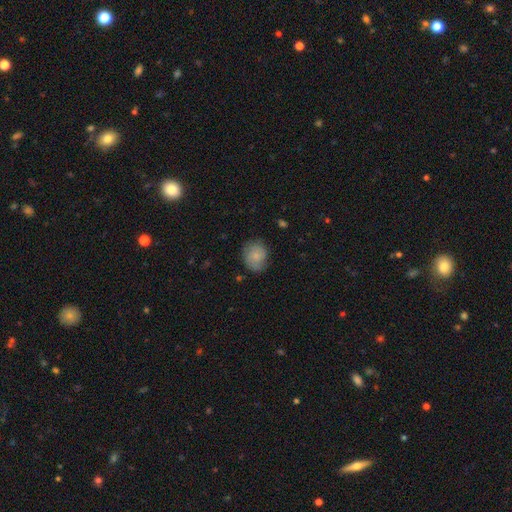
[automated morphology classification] This is likely a smooth galaxy (79%). How rounded: likely round (70%). Merging: likely none (71%).